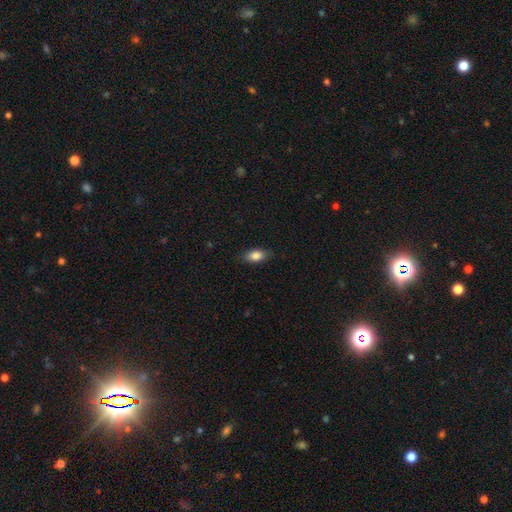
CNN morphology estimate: type=smooth (84%); roundness=in between (88%); merging=none (84%).